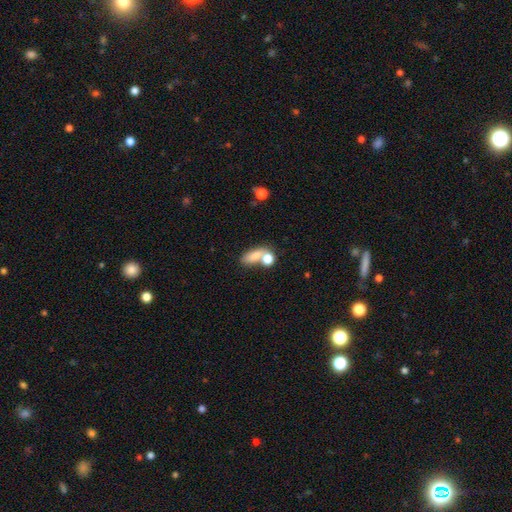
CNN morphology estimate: type=smooth (75%); roundness=in between (70%); merging=merger (40%, tied with none).